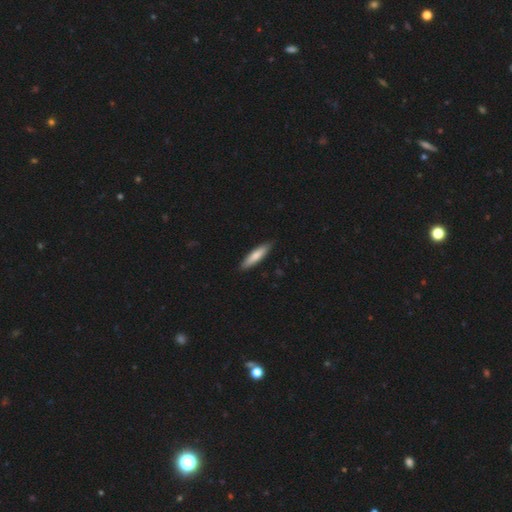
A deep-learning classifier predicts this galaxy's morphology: type=smooth (76%); roundness=cigar-shaped (76%); merging=none (88%).